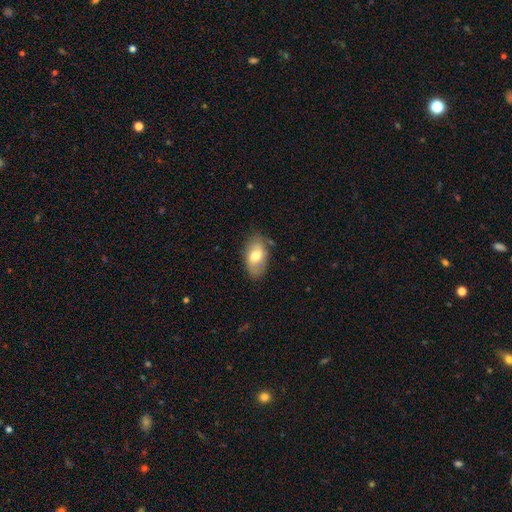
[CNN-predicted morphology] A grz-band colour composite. It shows a smooth galaxy with no disk features (69%) that is in between round and cigar-shaped (92%). Merging: none (75%).